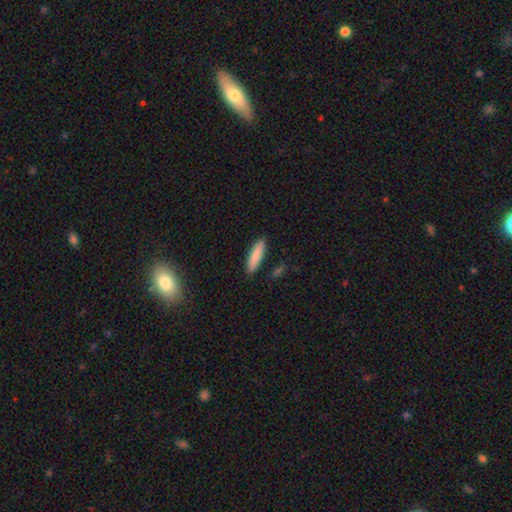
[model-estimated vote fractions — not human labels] Smooth or featured? Predicted: smooth (p=0.84). How rounded? Predicted: cigar-shaped (p=0.71). Merging? Predicted: none (p=0.87).